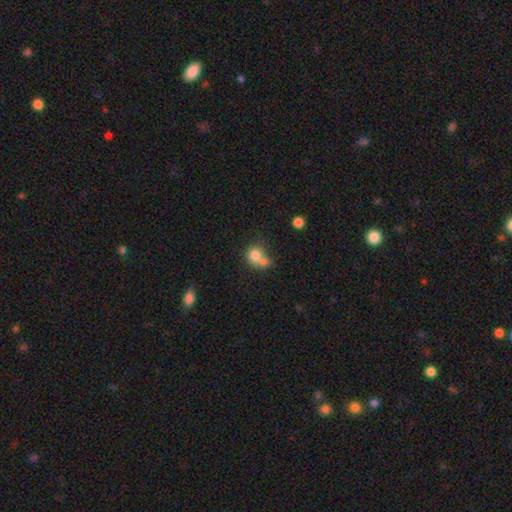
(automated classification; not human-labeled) This appears to be a smooth galaxy with no disk features (76%) that is round (73%). Merging: merger (50%).